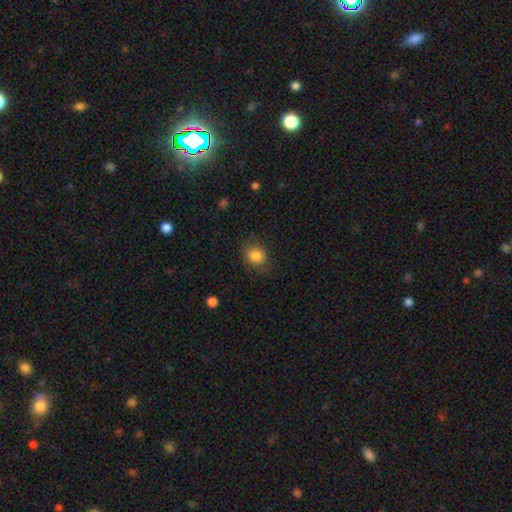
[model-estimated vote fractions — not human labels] Overall: smooth (84%). How rounded: round (64%; in between 35%). Merging: none (79%).